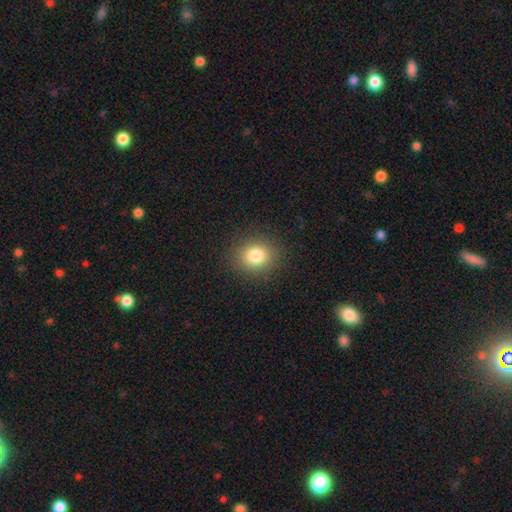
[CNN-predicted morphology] type=smooth (81%); roundness=round (75%); merging=none (89%).